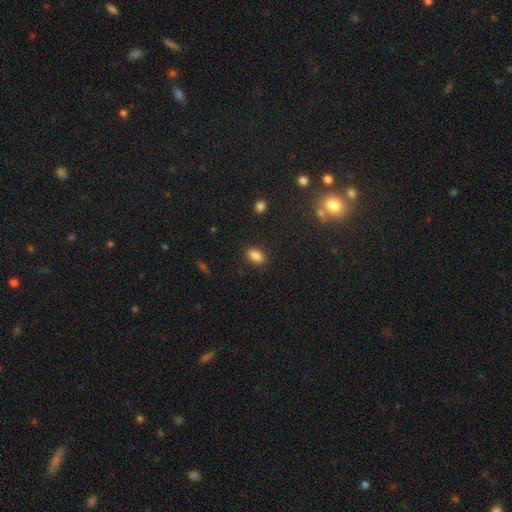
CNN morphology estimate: Overall: smooth (85%). How rounded: in between (87%). Merging: none (87%).